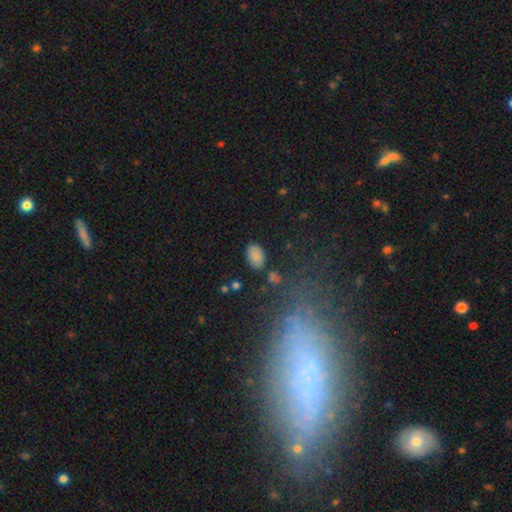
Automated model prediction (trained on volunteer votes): smooth 83%, star or artifact 11%, featured or disk 6%. Down the decision tree: how rounded — in between (90%); merging — none (78%).